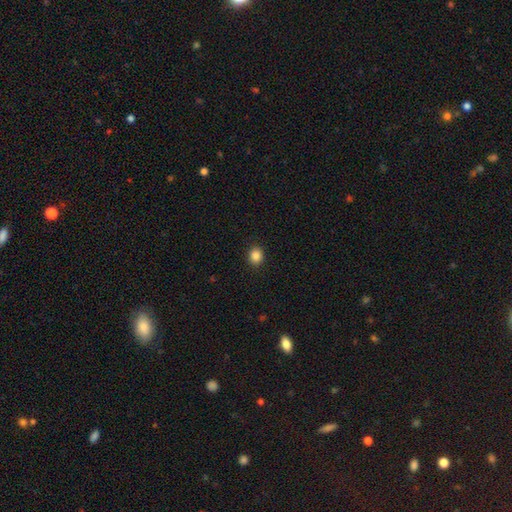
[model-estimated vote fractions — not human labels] Smooth or featured?
  - smooth: 87% *
  - star or artifact: 10%
  - featured or disk: 3%
How rounded?
  - round: 74% *
  - in between: 25%
  - cigar-shaped: 1%
Merging?
  - none: 91% *
  - minor disturbance: 6%
  - major disturbance: 2%
  - merger: 1%